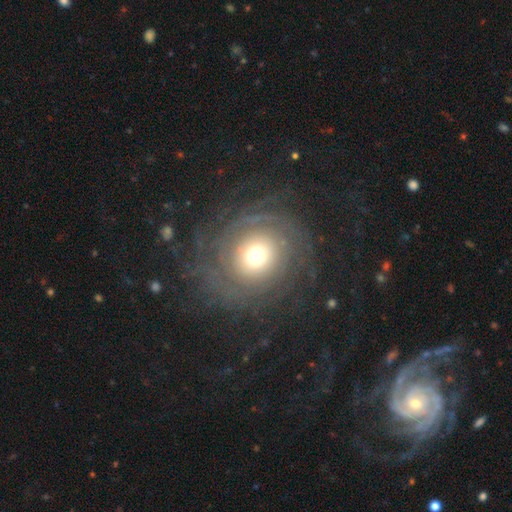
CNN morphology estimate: Smooth or featured?
  - featured or disk: 67% *
  - smooth: 21%
  - star or artifact: 11%
Edge-on disk?
  - no: 96% *
  - yes: 4%
Bar?
  - no: 85% *
  - weak: 11%
  - strong: 4%
Spiral arms?
  - yes: 78% *
  - no: 22%
Spiral winding?
  - tight: 68% *
  - medium: 20%
  - loose: 12%
Spiral arm count?
  - can't tell: 40% *
  - 2: 17%
  - more than 4: 12%
  - 3: 12%
  - 4: 10%
  - 1: 9%
Bulge size?
  - moderate: 53% *
  - large: 29%
  - small: 10%
  - dominant: 7%
  - none: 1%
Merging?
  - none: 76% *
  - major disturbance: 11%
  - minor disturbance: 11%
  - merger: 2%